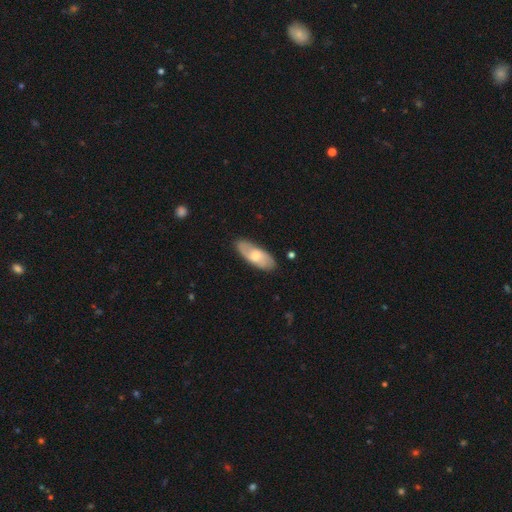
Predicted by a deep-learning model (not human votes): This appears to be a smooth galaxy with no disk features (52%) that is in between round and cigar-shaped (77%). Merging: none (84%).